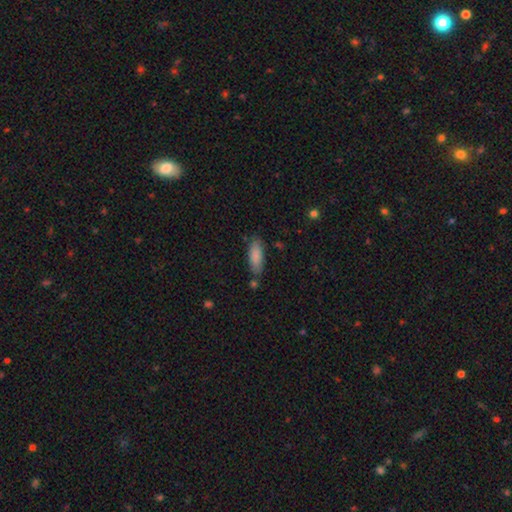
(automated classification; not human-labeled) Smooth or featured: smooth — 86% (featured or disk — 8%)
How rounded: in between — 68% (cigar-shaped — 31%)
Merging: none — 77% (minor disturbance — 15%)